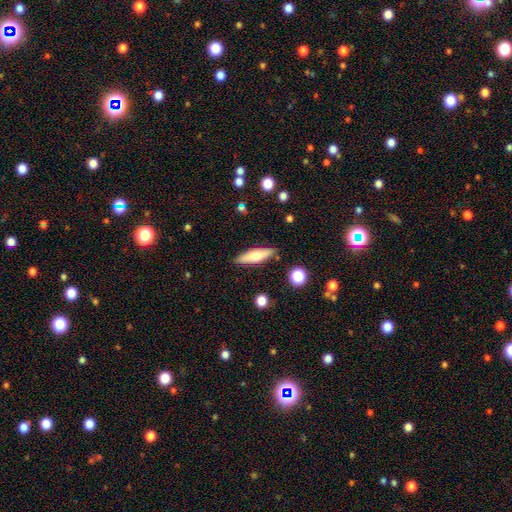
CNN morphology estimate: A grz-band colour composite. It shows a smooth galaxy with no disk features (56%) that is cigar-shaped (62%). Merging: none (86%).